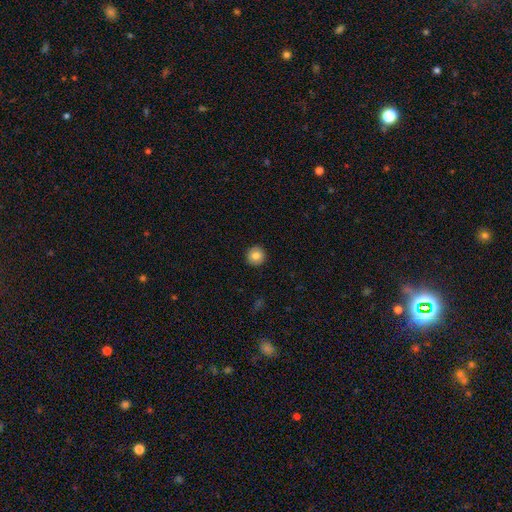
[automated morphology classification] smooth 83%, star or artifact 9%, featured or disk 9%. Down the decision tree: how rounded — round (95%); merging — none (93%).